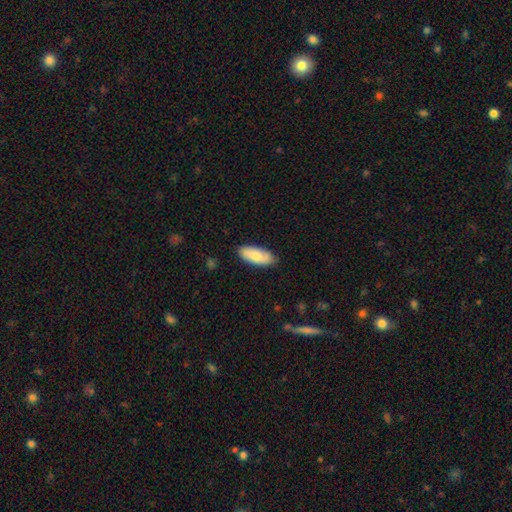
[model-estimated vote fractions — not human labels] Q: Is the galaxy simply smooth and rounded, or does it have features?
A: smooth — 80%.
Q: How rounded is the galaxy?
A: in between — 85%.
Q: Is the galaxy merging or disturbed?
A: none — 83%.